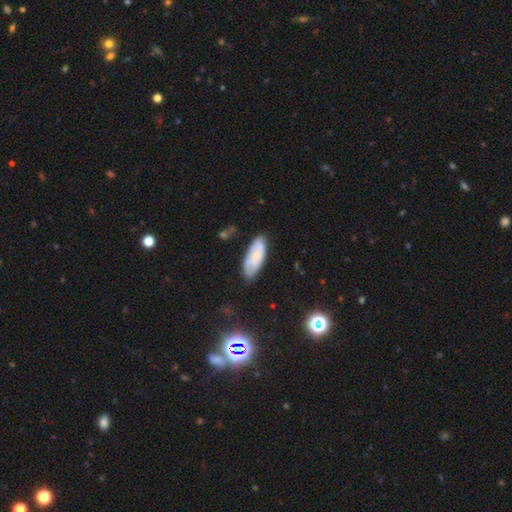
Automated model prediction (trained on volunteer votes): smooth_or_featured: smooth (p=0.61) [alt: featured or disk p=0.31]
how_rounded: in between (p=0.75) [alt: cigar-shaped p=0.23]
merging: none (p=0.70) [alt: minor disturbance p=0.22]